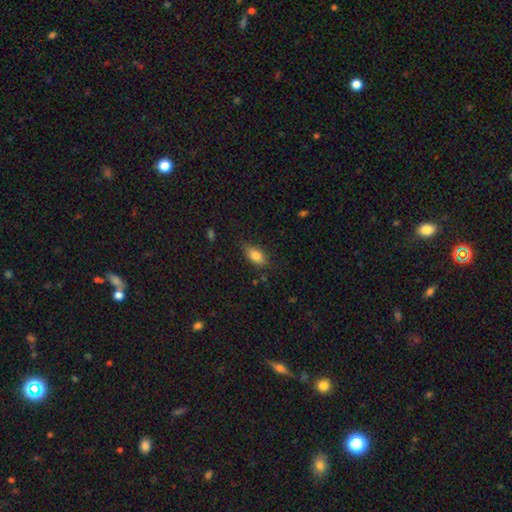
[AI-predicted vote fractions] smooth 79%, featured or disk 13%, star or artifact 8%. Down the decision tree: how rounded — in between (85%); merging — none (78%).